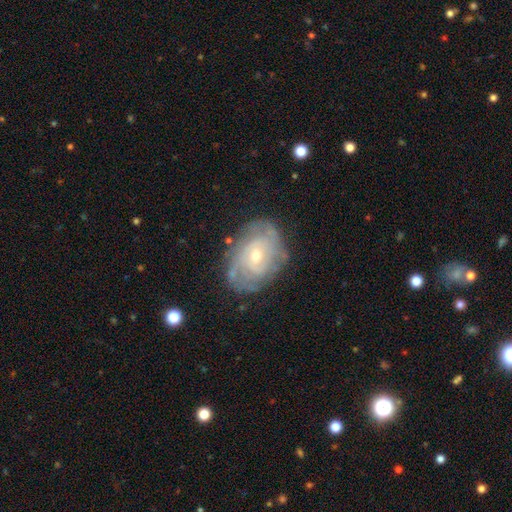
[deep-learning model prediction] The model was most divided on "spiral arm count": can't tell: 45%, 2: 26%, 3: 14%, 4: 7%, 1: 4%, more than 4: 4%. More confident: edge-on disk — no (96%); spiral arms — yes (87%); smooth or featured — featured or disk (77%); merging — none (72%); bar — no (68%); spiral winding — tight (64%); bulge size — small (58%).